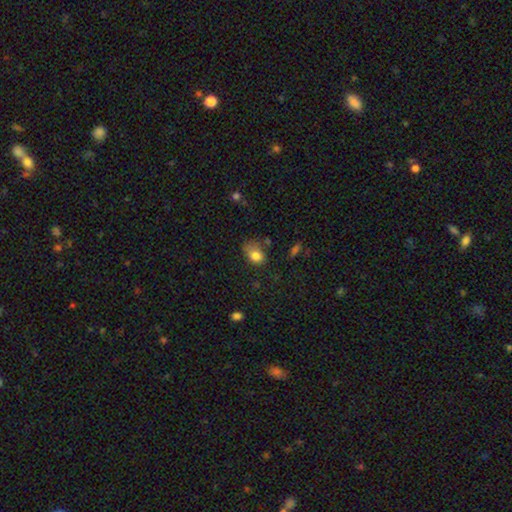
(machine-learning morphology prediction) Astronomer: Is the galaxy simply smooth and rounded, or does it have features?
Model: smooth — 81%.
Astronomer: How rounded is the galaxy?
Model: in between — 69%.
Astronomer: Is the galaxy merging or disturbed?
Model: none — 42% (runner-up: minor disturbance, 35%).